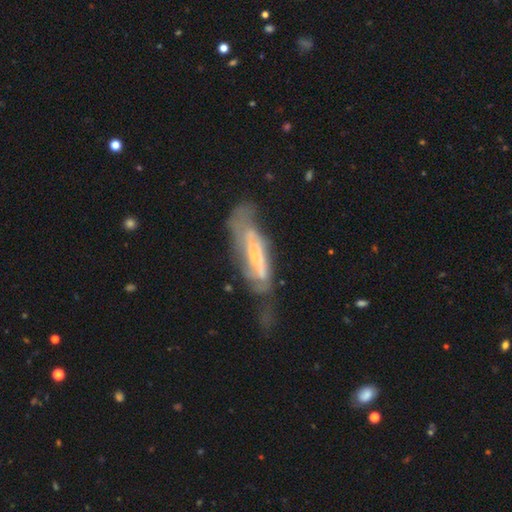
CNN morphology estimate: This appears to be a featured or disk galaxy (68%). Merging: none (41%).